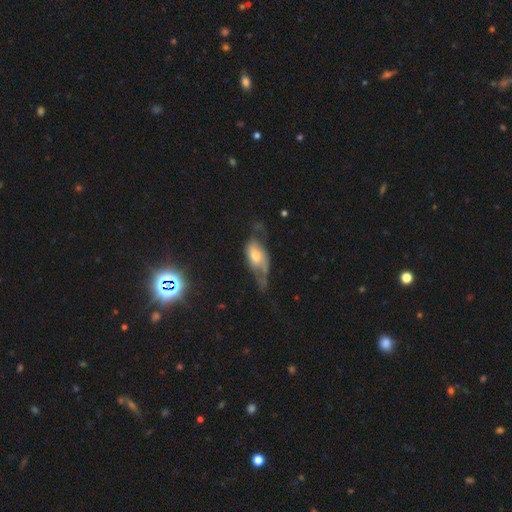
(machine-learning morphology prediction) Q: Smooth or featured?
A: smooth (50%); runner-up: featured or disk (42%)
Q: How rounded?
A: in between (86%); runner-up: cigar-shaped (8%)
Q: Merging?
A: major disturbance (37%); runner-up: minor disturbance (32%)